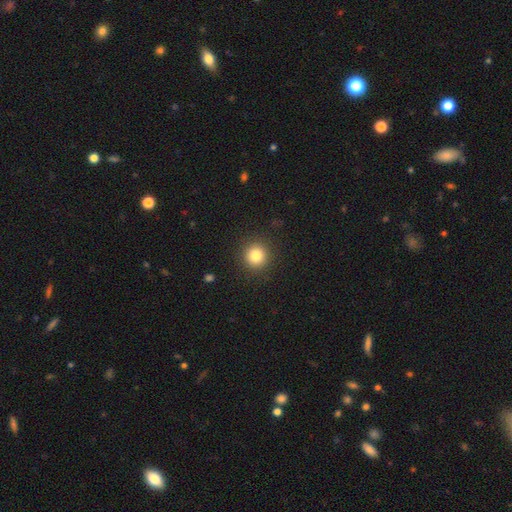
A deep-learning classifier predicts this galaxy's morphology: Q: Smooth or featured?
A: smooth (83%); runner-up: star or artifact (11%)
Q: How rounded?
A: round (94%); runner-up: in between (6%)
Q: Merging?
A: none (91%); runner-up: minor disturbance (6%)